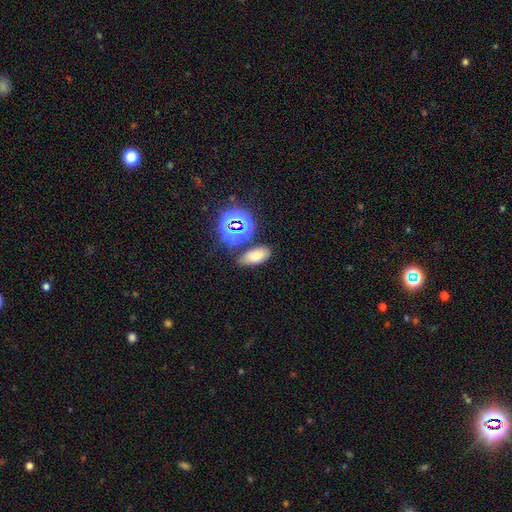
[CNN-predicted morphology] This appears to be a smooth galaxy with no disk features (67%) that is in between round and cigar-shaped (84%). Merging: none (77%).